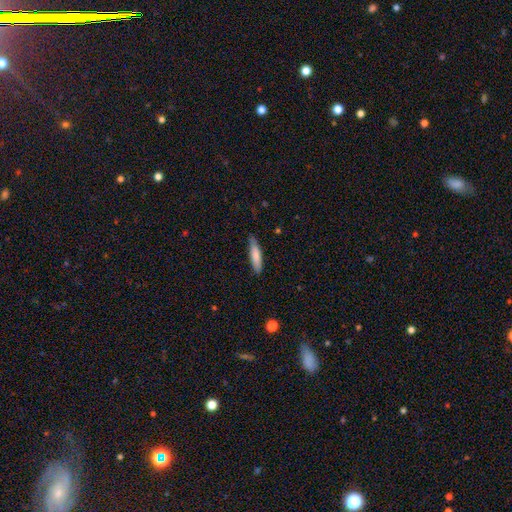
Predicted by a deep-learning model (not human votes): Q: Smooth or featured?
A: smooth (79%); runner-up: featured or disk (16%)
Q: How rounded?
A: cigar-shaped (78%); runner-up: in between (21%)
Q: Merging?
A: none (79%); runner-up: minor disturbance (17%)